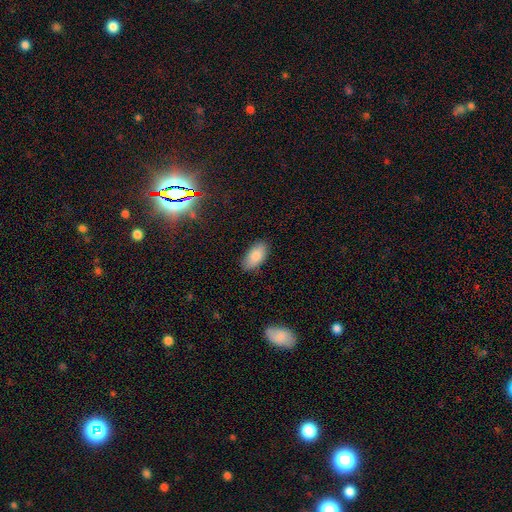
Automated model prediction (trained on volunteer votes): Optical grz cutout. It shows a smooth galaxy with no disk features (85%) that is in between round and cigar-shaped (93%). Merging: none (86%).